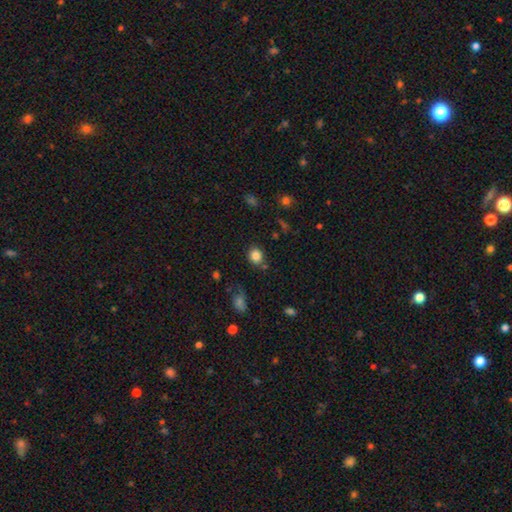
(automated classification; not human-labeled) This appears to be a smooth galaxy with no disk features (84%) that is round (69%). Merging: none (79%).